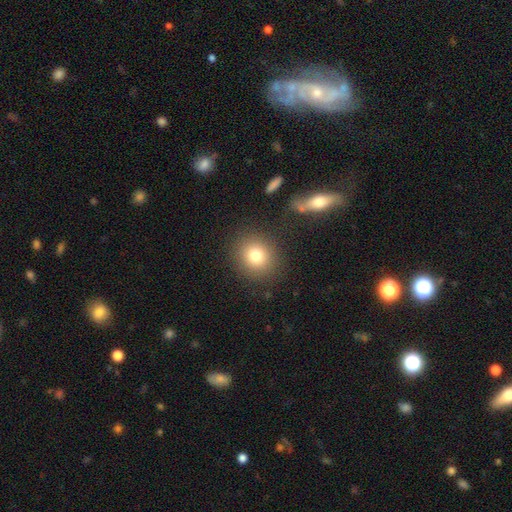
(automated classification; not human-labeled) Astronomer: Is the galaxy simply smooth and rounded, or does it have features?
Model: smooth — 78%.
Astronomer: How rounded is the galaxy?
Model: round — 83%.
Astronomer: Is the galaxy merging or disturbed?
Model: none — 86%.